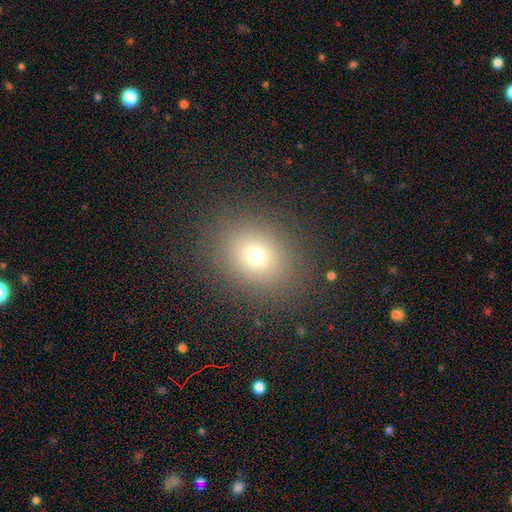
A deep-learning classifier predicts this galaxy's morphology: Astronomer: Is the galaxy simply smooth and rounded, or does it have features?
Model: smooth — 72%.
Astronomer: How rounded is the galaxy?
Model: round — 58% (runner-up: in between, 41%).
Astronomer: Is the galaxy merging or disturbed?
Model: none — 87%.